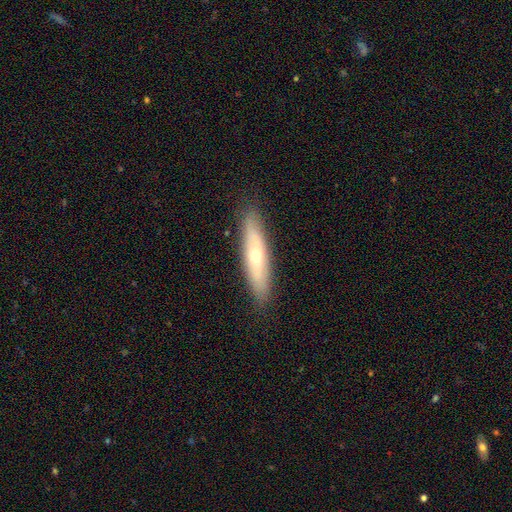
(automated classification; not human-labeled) A smooth galaxy with no disk features (50%).

Vote fractions:
- Smooth or featured? smooth: 50% / featured or disk: 44% / star or artifact: 6%
- Merging? none: 87% / minor disturbance: 10% / major disturbance: 2% / merger: 1%